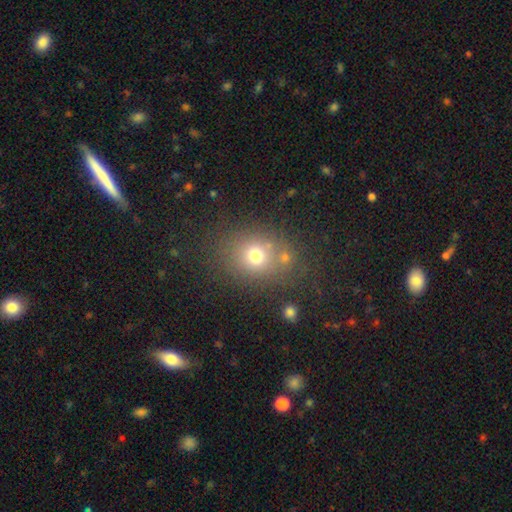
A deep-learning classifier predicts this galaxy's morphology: Smooth or featured? smooth (69%)
How rounded? round (64%)
Merging? none (70%)